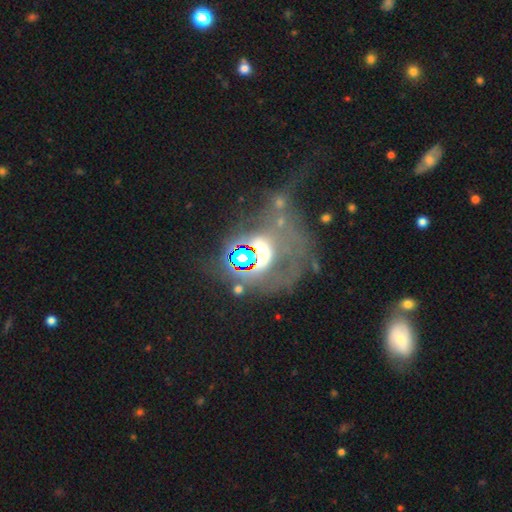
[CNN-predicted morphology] type=star or artifact (50%).